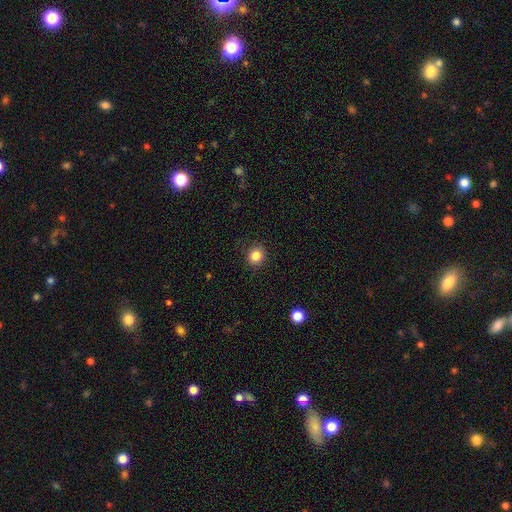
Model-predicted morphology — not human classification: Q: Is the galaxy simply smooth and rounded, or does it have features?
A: smooth — 85%.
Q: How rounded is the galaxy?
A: round — 89%.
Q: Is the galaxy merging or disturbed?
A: none — 91%.